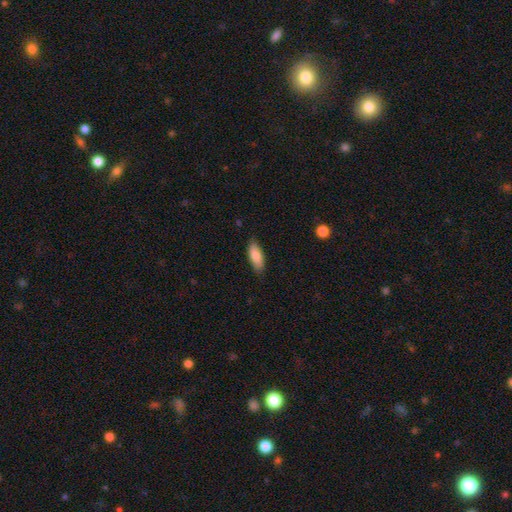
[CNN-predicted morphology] Smooth or featured? Predicted: smooth (p=0.85). How rounded? Predicted: in between (p=0.73). Merging? Predicted: none (p=0.83).